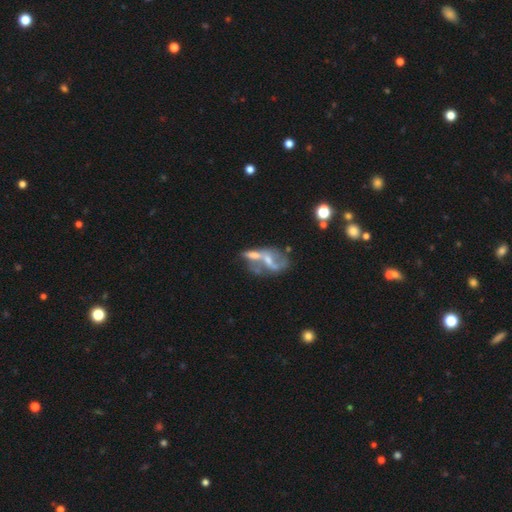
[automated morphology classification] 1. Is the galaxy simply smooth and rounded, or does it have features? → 66% featured or disk, 22% smooth, 12% star or artifact.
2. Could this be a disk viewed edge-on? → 91% no, 9% yes.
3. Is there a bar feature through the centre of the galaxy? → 49% no, 33% weak, 18% strong.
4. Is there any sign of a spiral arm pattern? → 54% yes, 46% no.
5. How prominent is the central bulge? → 41% small, 35% moderate, 18% none, 4% large, 2% dominant.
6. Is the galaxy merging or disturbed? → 53% merger, 21% none, 15% major disturbance, 11% minor disturbance.